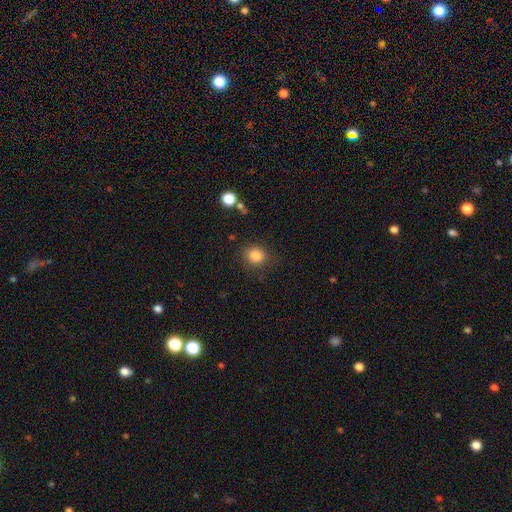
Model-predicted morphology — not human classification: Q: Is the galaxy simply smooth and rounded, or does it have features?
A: smooth — 85%.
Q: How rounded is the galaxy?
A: round — 73%.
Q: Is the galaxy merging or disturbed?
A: none — 81%.